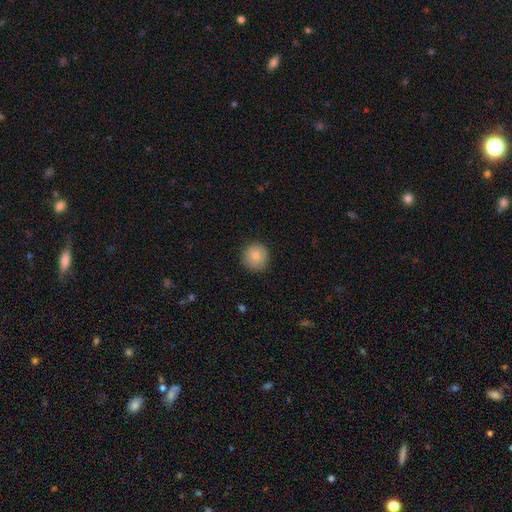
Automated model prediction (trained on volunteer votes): smooth 82%, star or artifact 9%, featured or disk 9%. Down the decision tree: how rounded — round (94%); merging — none (87%).